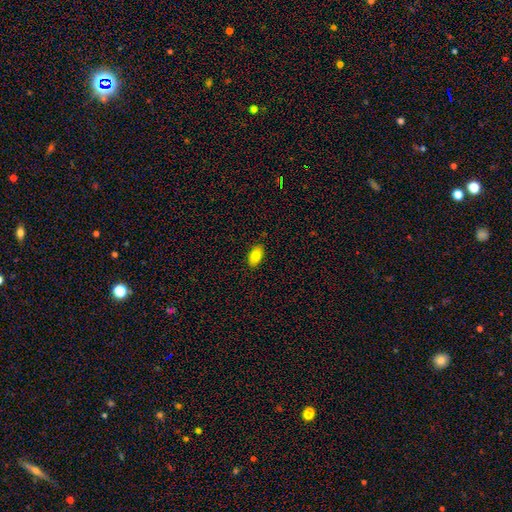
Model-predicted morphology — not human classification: Overall: smooth (82%). How rounded: in between (93%). Merging: none (88%).